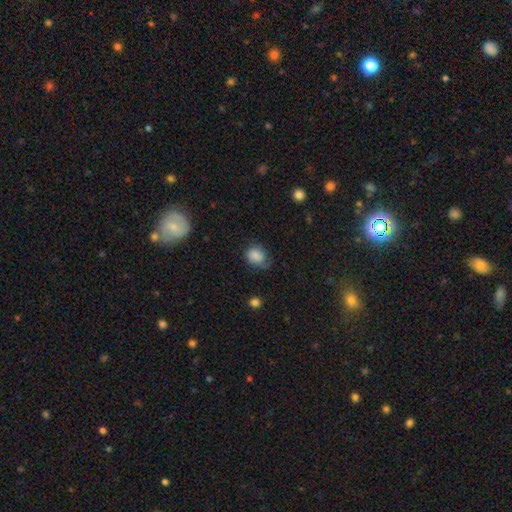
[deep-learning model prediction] A smooth galaxy with no disk features (82%) that is round (54%). Merging: none (53%).